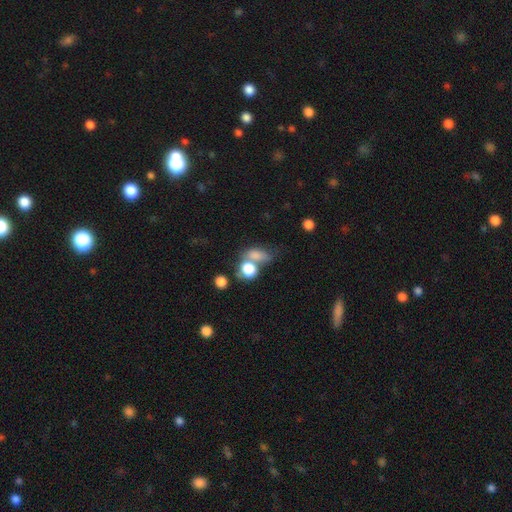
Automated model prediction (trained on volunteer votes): The model was most divided on "merging": merger: 47%, none: 28%, minor disturbance: 13%, major disturbance: 11%. More confident: smooth or featured — smooth (76%); how rounded — in between (62%).